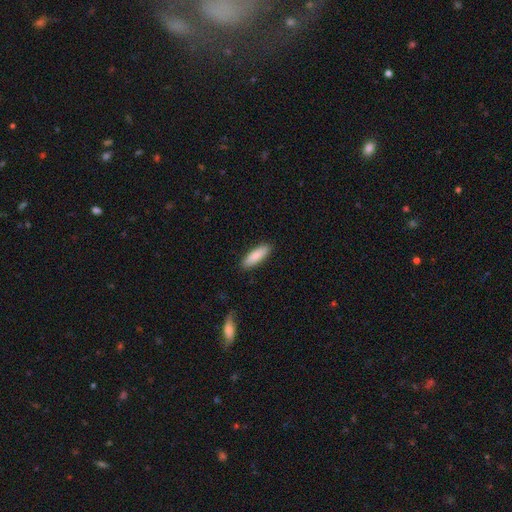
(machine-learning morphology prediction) smooth_or_featured: smooth (p=0.83) [alt: featured or disk p=0.11]
how_rounded: cigar-shaped (p=0.52) [alt: in between p=0.46]
merging: none (p=0.89) [alt: minor disturbance p=0.08]